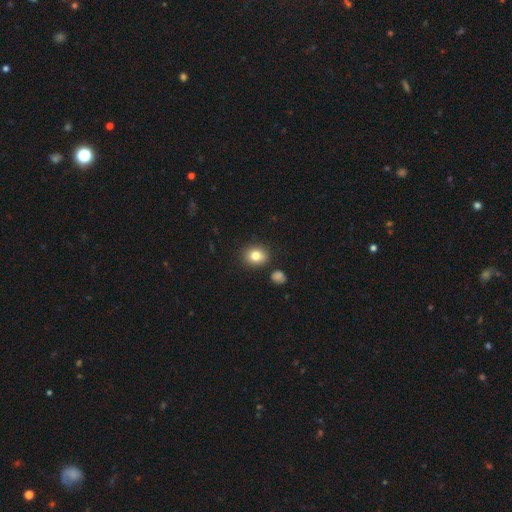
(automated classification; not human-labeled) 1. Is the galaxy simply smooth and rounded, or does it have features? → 82% smooth, 11% star or artifact, 8% featured or disk.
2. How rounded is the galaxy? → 66% round, 33% in between, 1% cigar-shaped.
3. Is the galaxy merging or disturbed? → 86% none, 8% minor disturbance, 3% merger, 2% major disturbance.